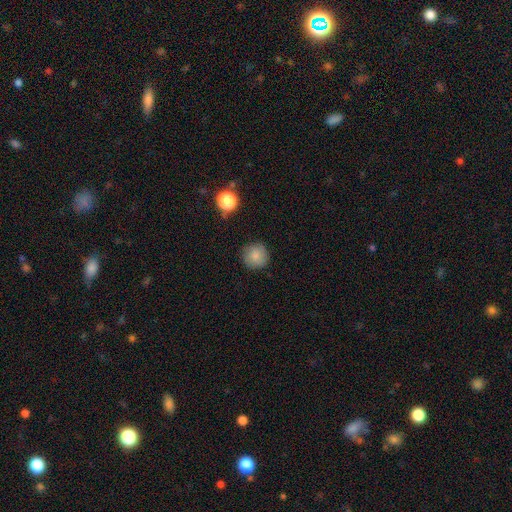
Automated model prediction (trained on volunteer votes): smooth-or-featured: smooth: 83% | star or artifact: 10% | featured or disk: 7%
  how-rounded: round: 94% | in between: 5% | cigar-shaped: 1%
  merging: none: 86% | minor disturbance: 10% | major disturbance: 3% | merger: 1%